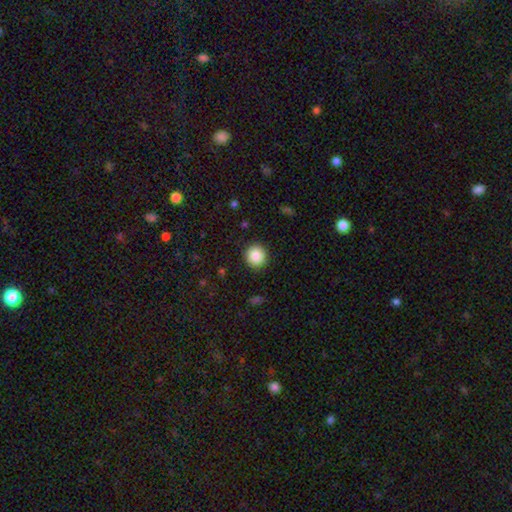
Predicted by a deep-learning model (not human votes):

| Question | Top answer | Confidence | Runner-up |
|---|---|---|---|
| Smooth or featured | smooth | 87% | star or artifact (9%) |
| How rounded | round | 92% | in between (7%) |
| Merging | none | 91% | minor disturbance (6%) |